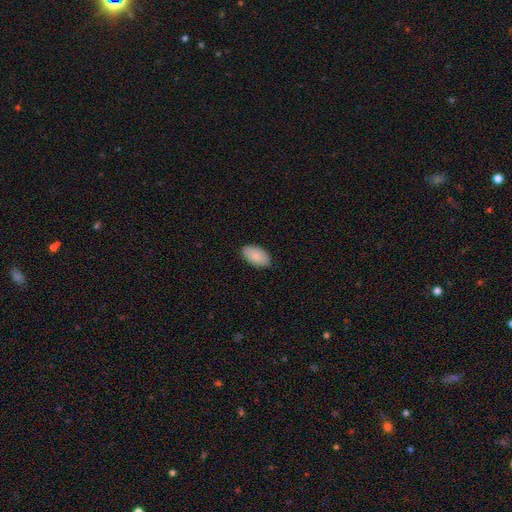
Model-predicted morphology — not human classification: type=smooth (88%); roundness=in between (95%); merging=none (86%).